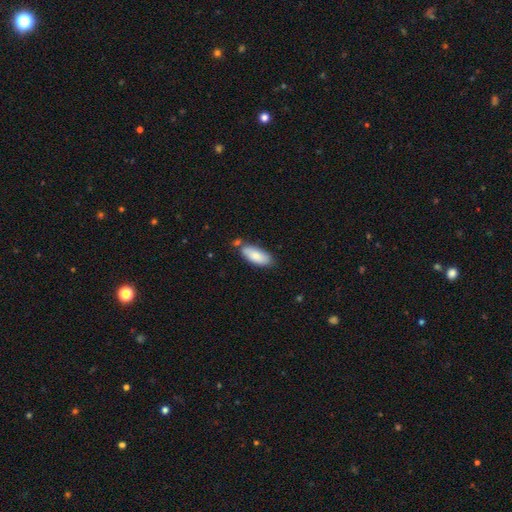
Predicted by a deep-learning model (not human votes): The model was most divided on "merging": none: 66%, minor disturbance: 19%, merger: 11%, major disturbance: 4%. More confident: smooth or featured — smooth (82%); how rounded — in between (82%).